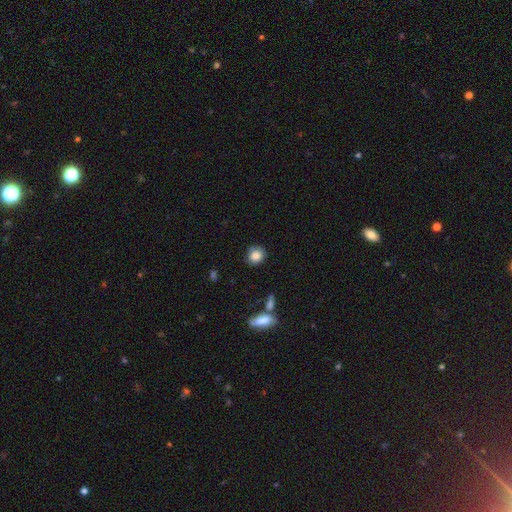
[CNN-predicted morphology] This appears to be a smooth galaxy with no disk features (85%) that is round (76%). Merging: none (79%).